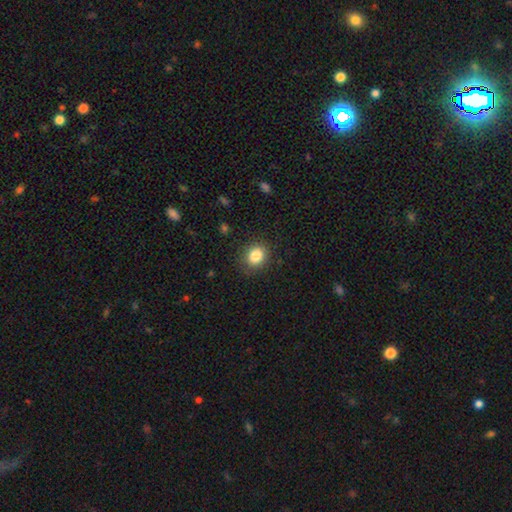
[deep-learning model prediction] smooth-or-featured: smooth: 85% | star or artifact: 9% | featured or disk: 5%
  how-rounded: round: 56% | in between: 43% | cigar-shaped: 1%
  merging: none: 86% | minor disturbance: 10% | major disturbance: 3% | merger: 1%